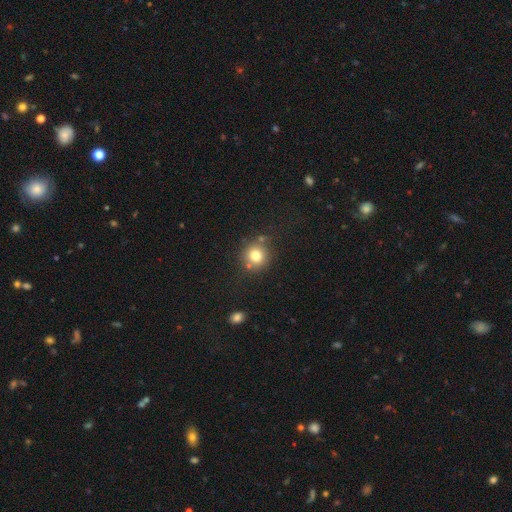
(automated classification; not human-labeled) Smooth or featured?
  - smooth: 78% *
  - star or artifact: 12%
  - featured or disk: 10%
How rounded?
  - round: 90% *
  - in between: 9%
  - cigar-shaped: 1%
Merging?
  - none: 74% *
  - minor disturbance: 11%
  - merger: 11%
  - major disturbance: 4%